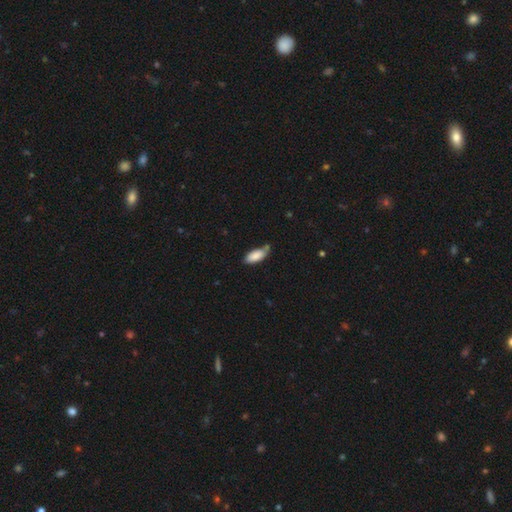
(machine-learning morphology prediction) This appears to be a smooth galaxy with no disk features (87%) that is in between round and cigar-shaped (84%). Merging: none (62%).